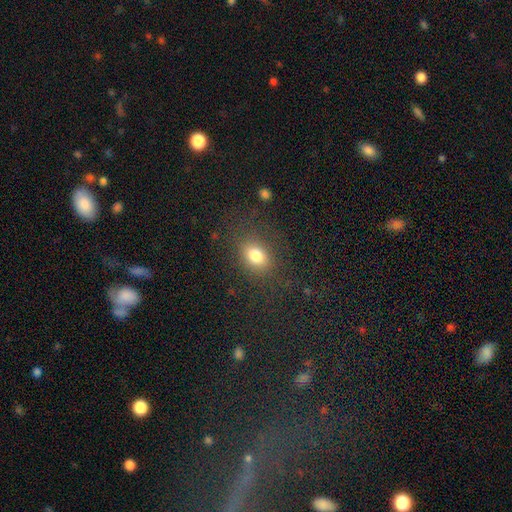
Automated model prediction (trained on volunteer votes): Overall: smooth (79%). How rounded: in between (63%; round 36%). Merging: none (77%).